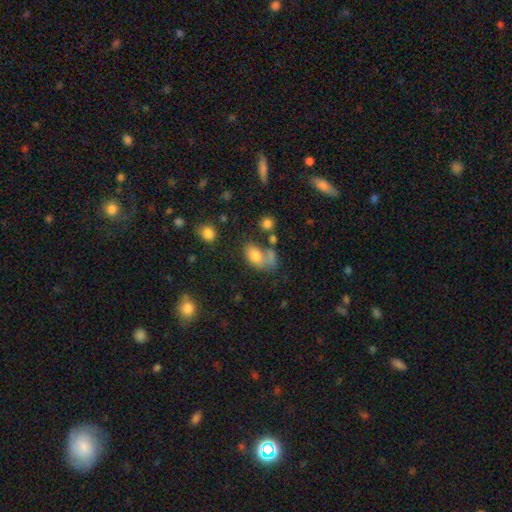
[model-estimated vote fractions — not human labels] Smooth or featured? smooth (71%)
How rounded? in between (82%)
Merging? none (32%)